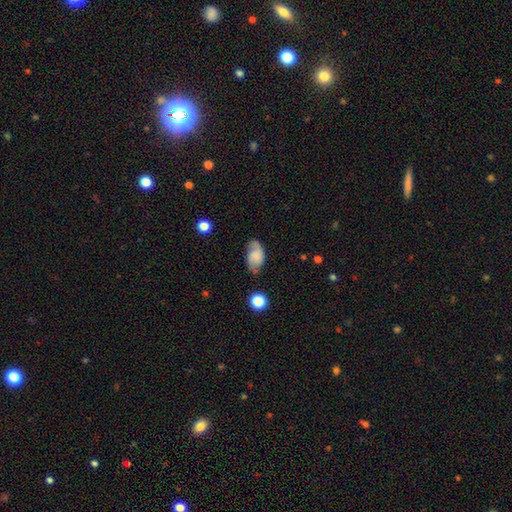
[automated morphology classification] Overall: smooth (63%; featured or disk 28%). How rounded: in between (92%). Merging: none (61%; minor disturbance 28%).